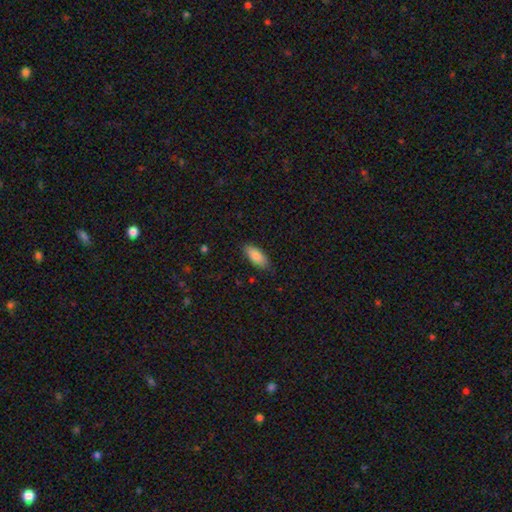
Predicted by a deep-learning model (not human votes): Q: Smooth or featured?
A: smooth (85%); runner-up: featured or disk (9%)
Q: How rounded?
A: in between (86%); runner-up: cigar-shaped (12%)
Q: Merging?
A: none (84%); runner-up: minor disturbance (13%)